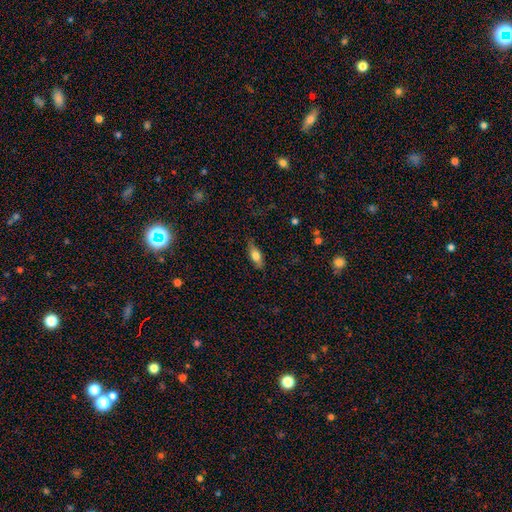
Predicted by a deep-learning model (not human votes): smooth 72%, featured or disk 21%, star or artifact 7%. Down the decision tree: how rounded — in between (72%); merging — none (79%).